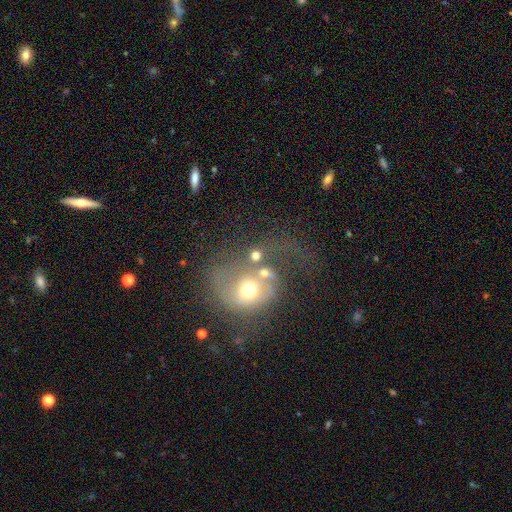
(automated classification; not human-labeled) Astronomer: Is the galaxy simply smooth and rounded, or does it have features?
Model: smooth — 49% (runner-up: featured or disk, 35%).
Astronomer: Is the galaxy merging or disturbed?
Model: merger — 36% (runner-up: none, 26%).